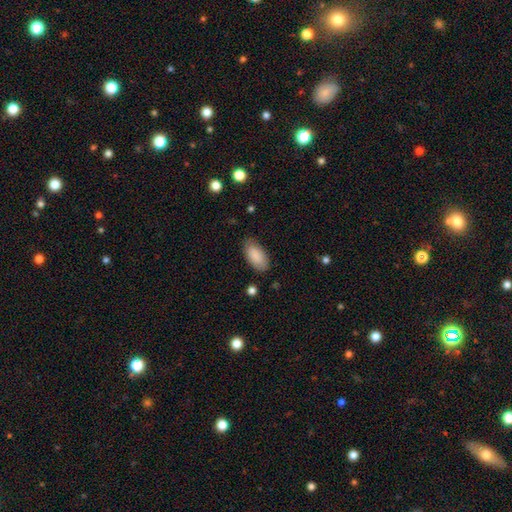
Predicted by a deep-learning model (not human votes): Q: Smooth or featured?
A: smooth (88%); runner-up: star or artifact (6%)
Q: How rounded?
A: in between (94%); runner-up: cigar-shaped (4%)
Q: Merging?
A: none (81%); runner-up: minor disturbance (14%)